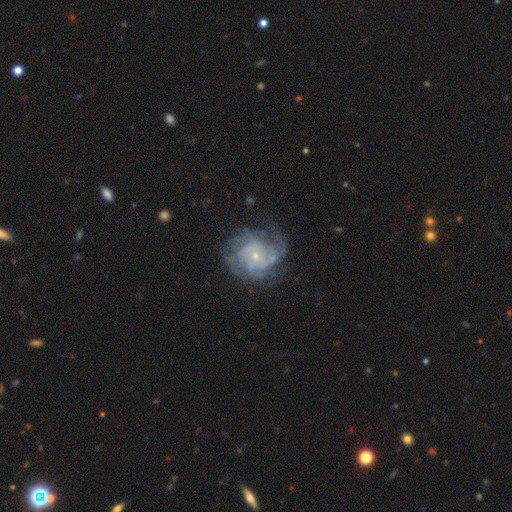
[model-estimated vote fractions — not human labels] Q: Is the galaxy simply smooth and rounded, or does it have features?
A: featured or disk — 85%.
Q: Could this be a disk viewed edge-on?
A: no — 98%.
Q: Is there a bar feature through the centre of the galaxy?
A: no — 73%.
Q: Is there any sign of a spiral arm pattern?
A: yes — 94%.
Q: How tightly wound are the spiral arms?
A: tight — 58%.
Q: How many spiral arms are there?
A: can't tell — 32%.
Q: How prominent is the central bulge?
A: small — 78%.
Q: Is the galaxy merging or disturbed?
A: none — 63%.